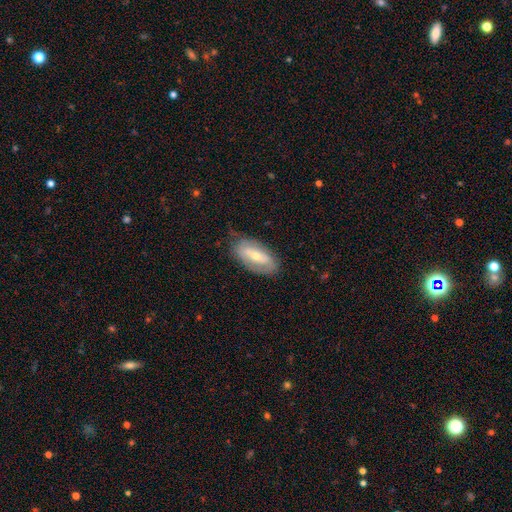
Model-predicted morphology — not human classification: A featured or disk galaxy (54%). Merging: none (72%).